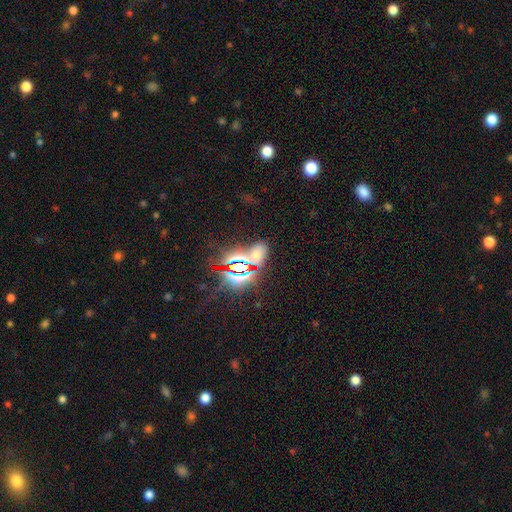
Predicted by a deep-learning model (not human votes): Overall: star or artifact (55%; smooth 36%).